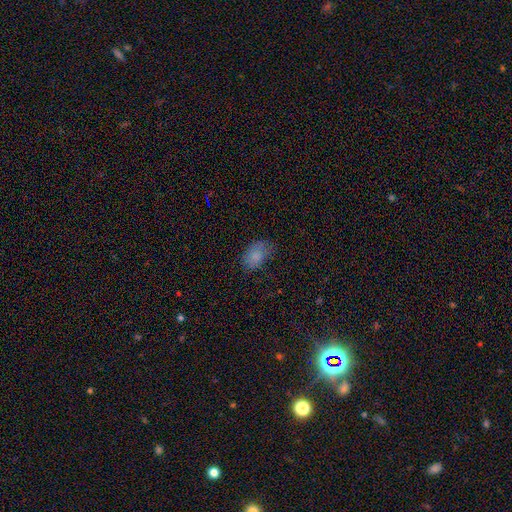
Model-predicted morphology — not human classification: The model was most divided on "merging": none: 58%, minor disturbance: 29%, major disturbance: 12%, merger: 2%. More confident: how rounded — in between (86%); smooth or featured — smooth (80%).